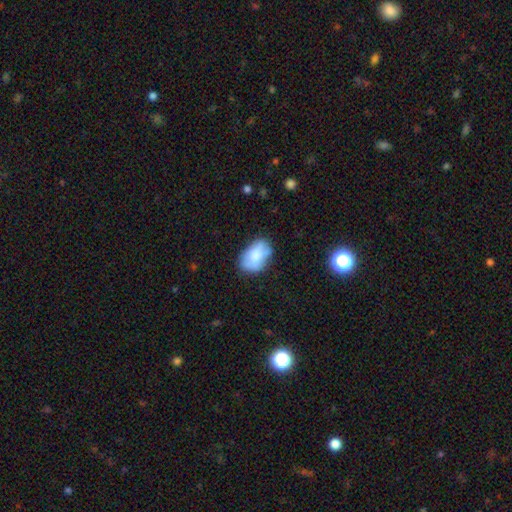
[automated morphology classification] A smooth galaxy with no disk features (73%) that is in between round and cigar-shaped (87%).

Vote fractions:
- Smooth or featured? smooth: 73% / featured or disk: 20% / star or artifact: 7%
- How rounded? in between: 87% / round: 12% / cigar-shaped: 1%
- Merging? none: 63% / minor disturbance: 26% / major disturbance: 7% / merger: 3%